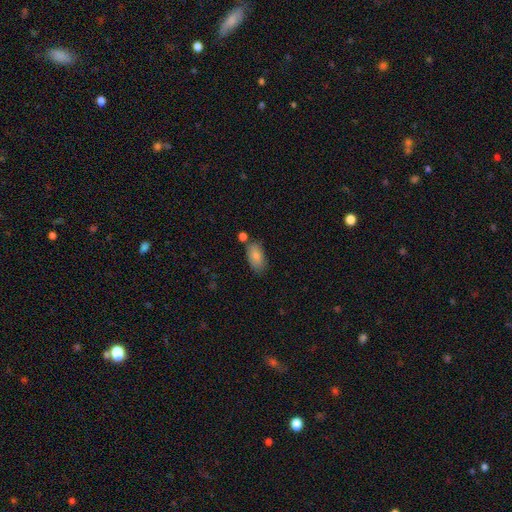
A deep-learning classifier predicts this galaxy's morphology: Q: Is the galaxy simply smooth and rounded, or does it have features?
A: smooth — 84%.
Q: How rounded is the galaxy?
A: in between — 92%.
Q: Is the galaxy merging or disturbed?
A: none — 66%.